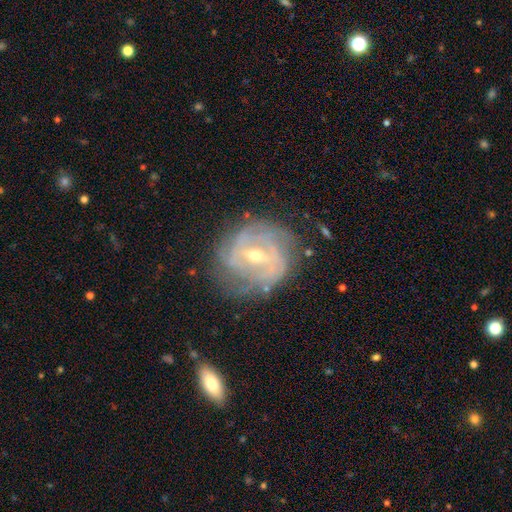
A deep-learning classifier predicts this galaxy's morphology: type=featured or disk (85%); edge-on=no (97%); bar=weak (51%); spiral arms=yes (92%); winding=tight (62%); arm count=can't tell (33%); bulge=moderate (51%); merging=none (72%).